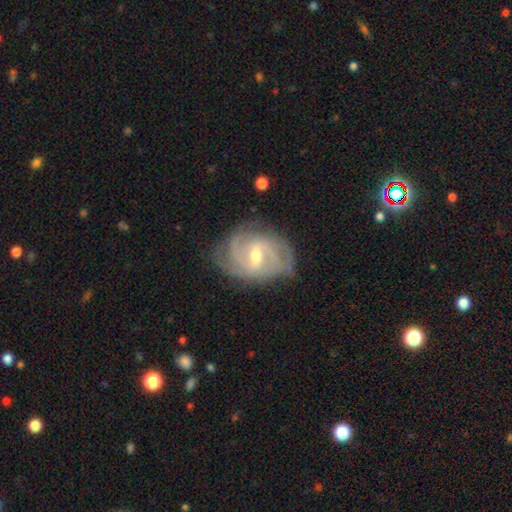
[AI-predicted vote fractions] Smooth or featured? Predicted: featured or disk (p=0.88). Edge-on disk? Predicted: no (p=0.97). Bar? Predicted: weak (p=0.56). Spiral arms? Predicted: yes (p=0.97). Spiral winding? Predicted: tight (p=0.53). Spiral arm count? Predicted: 3 (p=0.31). Bulge size? Predicted: moderate (p=0.54). Merging? Predicted: none (p=0.75).